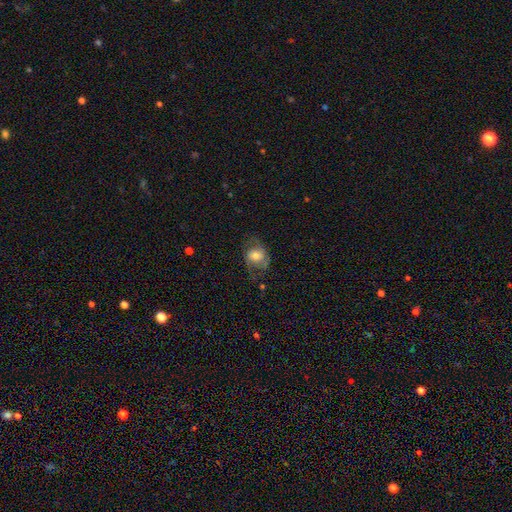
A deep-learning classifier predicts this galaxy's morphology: This appears to be a smooth galaxy with no disk features (47%). Merging: none (52%).